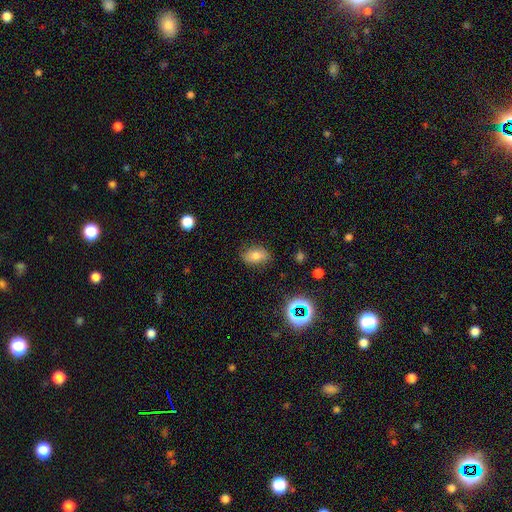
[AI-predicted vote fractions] This is likely a smooth galaxy (72%). How rounded: clearly in between (86%). Merging: likely none (80%).